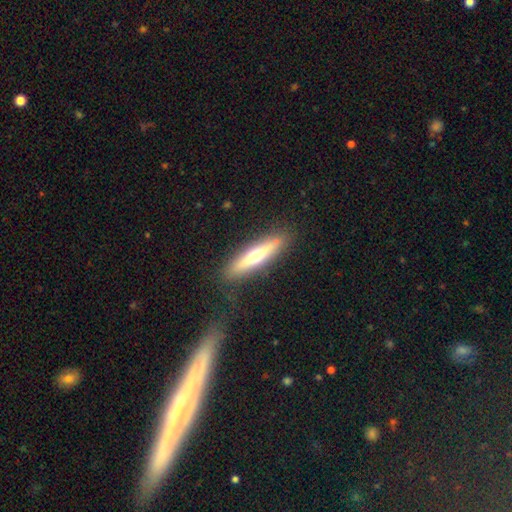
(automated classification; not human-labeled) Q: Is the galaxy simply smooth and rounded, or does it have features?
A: smooth — 49%.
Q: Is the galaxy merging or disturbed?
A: none — 82%.